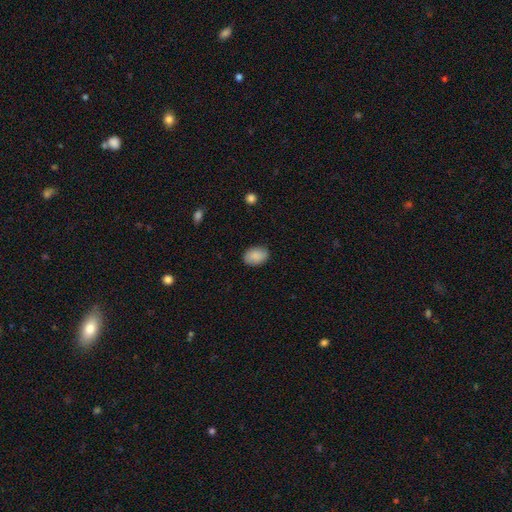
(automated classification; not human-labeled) A smooth galaxy with no disk features (89%) that is in between round and cigar-shaped (83%). Merging: none (87%).